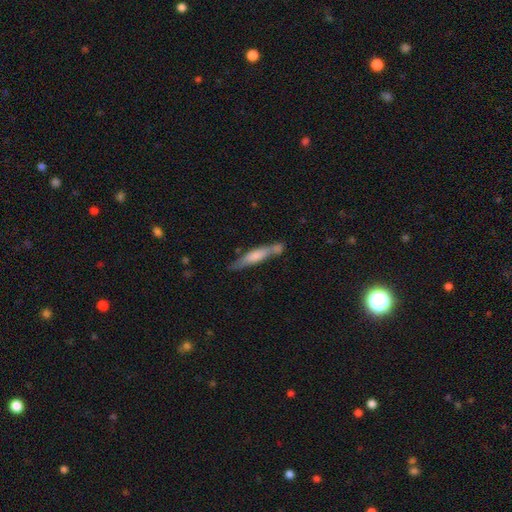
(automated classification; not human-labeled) smooth_or_featured: smooth (p=0.56) [alt: featured or disk p=0.38]
how_rounded: cigar-shaped (p=0.87) [alt: in between p=0.12]
merging: none (p=0.57) [alt: merger p=0.20]